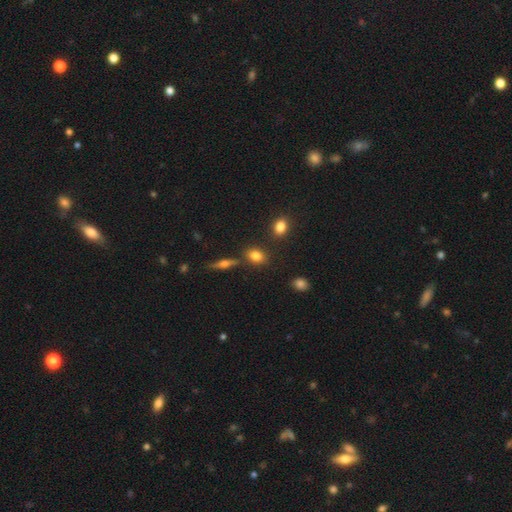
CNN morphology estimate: A smooth galaxy with no disk features (81%) that is in between round and cigar-shaped (62%).

Vote fractions:
- Smooth or featured? smooth: 81% / featured or disk: 10% / star or artifact: 10%
- How rounded? in between: 62% / round: 35% / cigar-shaped: 3%
- Merging? none: 76% / minor disturbance: 12% / merger: 9% / major disturbance: 4%